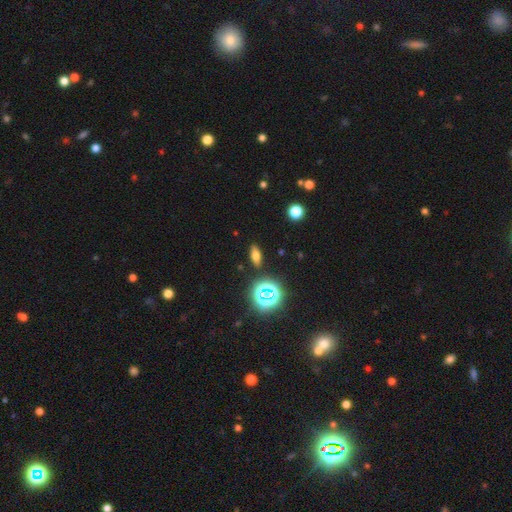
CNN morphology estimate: smooth-or-featured: smooth: 61% | star or artifact: 22% | featured or disk: 17%
  how-rounded: in between: 65% | cigar-shaped: 24% | round: 10%
  merging: none: 88% | minor disturbance: 7% | major disturbance: 2% | merger: 2%